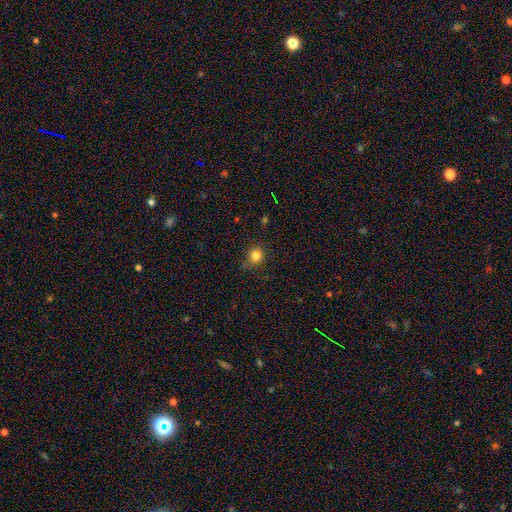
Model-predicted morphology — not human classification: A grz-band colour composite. It shows a smooth galaxy with no disk features (81%) that is round (80%). Merging: none (66%).